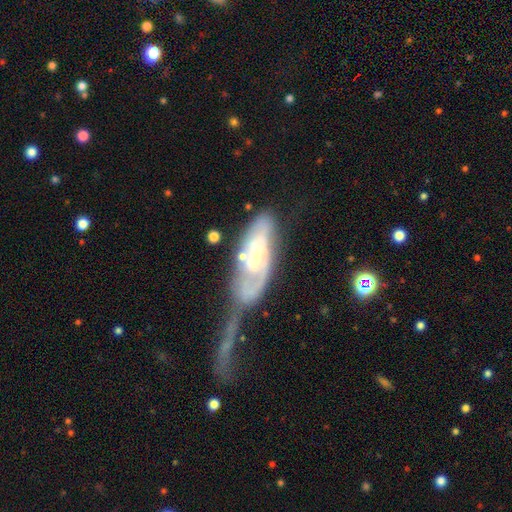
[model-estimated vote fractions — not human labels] Smooth or featured?
  - featured or disk: 72% *
  - smooth: 21%
  - star or artifact: 7%
Edge-on disk?
  - no: 90% *
  - yes: 10%
Bar?
  - no: 62% *
  - weak: 29%
  - strong: 9%
Spiral arms?
  - yes: 80% *
  - no: 20%
Spiral winding?
  - tight: 53% *
  - medium: 32%
  - loose: 15%
Spiral arm count?
  - can't tell: 39% *
  - 2: 38%
  - 1: 13%
  - 3: 5%
  - 4: 2%
  - more than 4: 2%
Bulge size?
  - small: 60% *
  - moderate: 30%
  - none: 6%
  - large: 3%
  - dominant: 1%
Merging?
  - merger: 30% *
  - major disturbance: 28%
  - none: 24%
  - minor disturbance: 18%